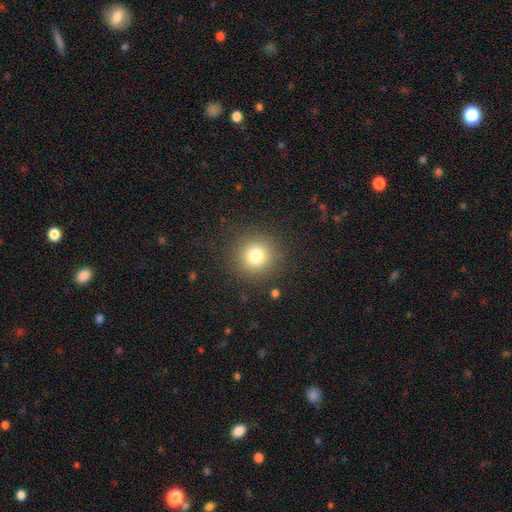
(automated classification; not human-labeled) Smooth or featured?
  - smooth: 79% *
  - star or artifact: 13%
  - featured or disk: 8%
How rounded?
  - round: 94% *
  - in between: 5%
  - cigar-shaped: 1%
Merging?
  - none: 88% *
  - minor disturbance: 7%
  - major disturbance: 4%
  - merger: 1%